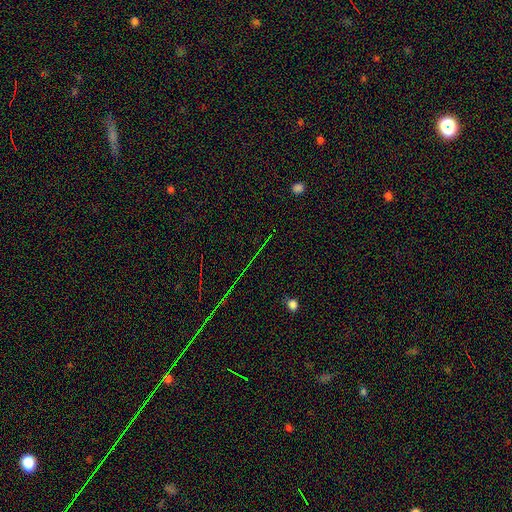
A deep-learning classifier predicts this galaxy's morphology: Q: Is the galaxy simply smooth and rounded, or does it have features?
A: star or artifact — 81%.